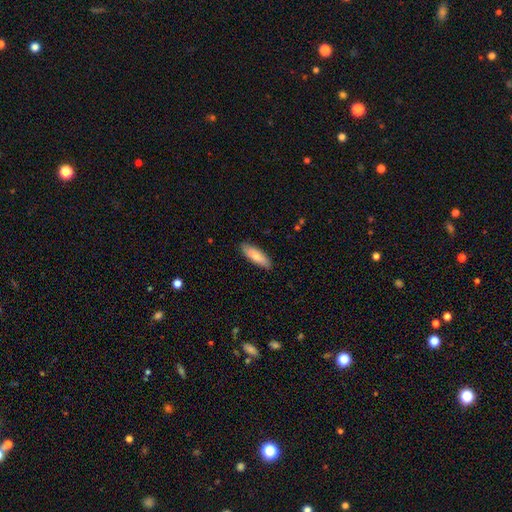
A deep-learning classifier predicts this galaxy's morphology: smooth-or-featured: smooth: 81% | featured or disk: 14% | star or artifact: 5%
  how-rounded: cigar-shaped: 53% | in between: 46% | round: 2%
  merging: none: 88% | minor disturbance: 10% | major disturbance: 2% | merger: 1%